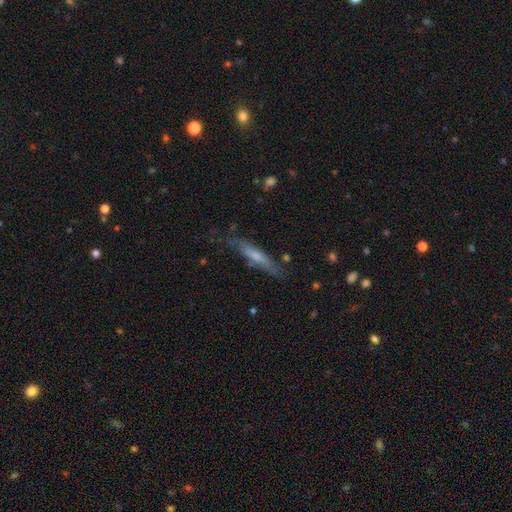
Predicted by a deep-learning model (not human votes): Overall: smooth (48%; featured or disk 45%). Merging: none (72%).